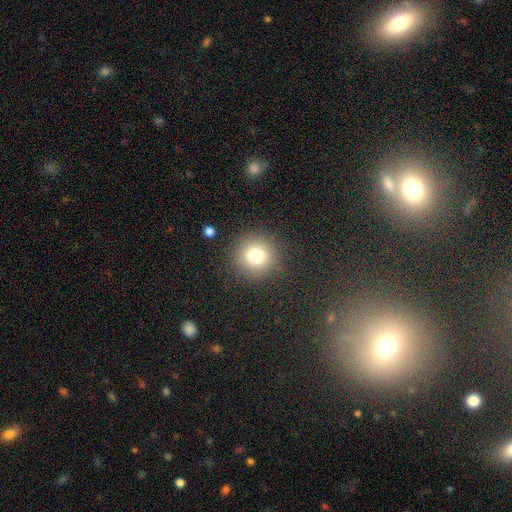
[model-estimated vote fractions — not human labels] Overall: smooth (77%). How rounded: round (93%). Merging: none (89%).